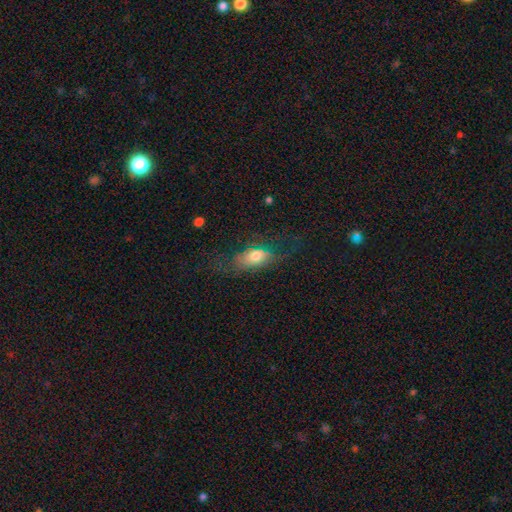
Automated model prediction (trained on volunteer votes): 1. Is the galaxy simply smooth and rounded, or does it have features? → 62% smooth, 27% featured or disk, 11% star or artifact.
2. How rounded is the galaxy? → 79% in between, 12% round, 9% cigar-shaped.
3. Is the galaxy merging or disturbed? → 48% none, 29% major disturbance, 21% minor disturbance, 2% merger.